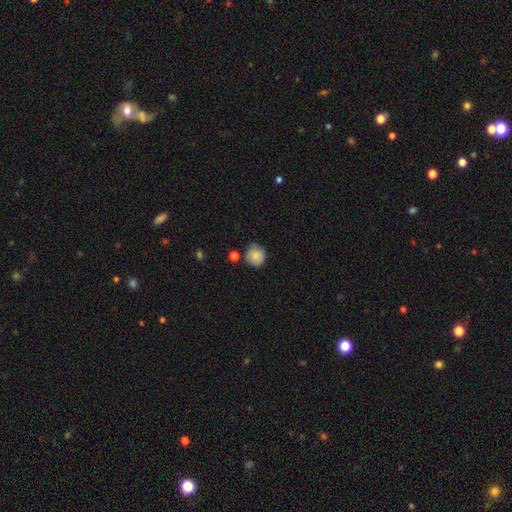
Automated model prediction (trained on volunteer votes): This appears to be a smooth galaxy with no disk features (85%) that is round (90%). Merging: none (73%).